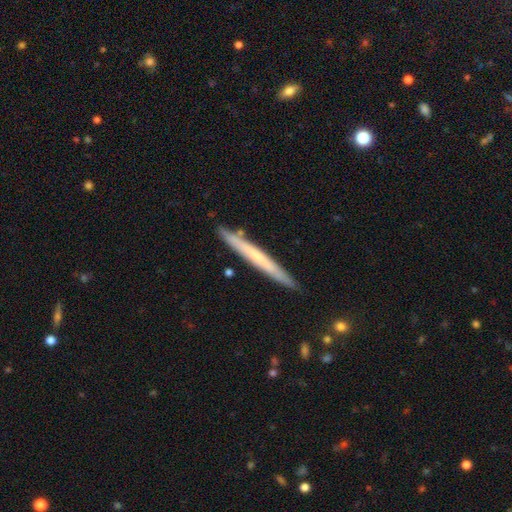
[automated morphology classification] A smooth galaxy with no disk features (49%). Merging: none (87%).